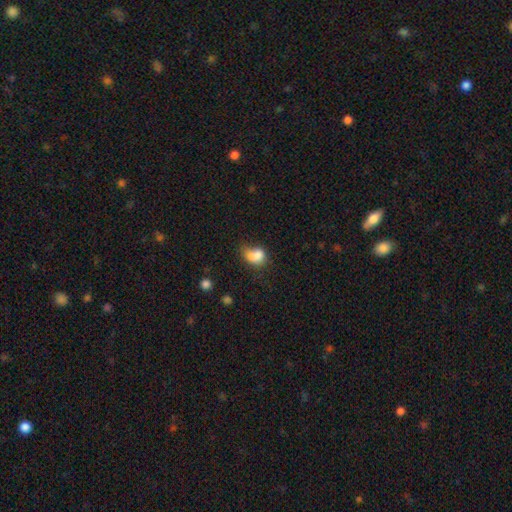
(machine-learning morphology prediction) Smooth or featured: smooth — 75% (featured or disk — 14%)
How rounded: in between — 66% (round — 32%)
Merging: merger — 39% (none — 23%)